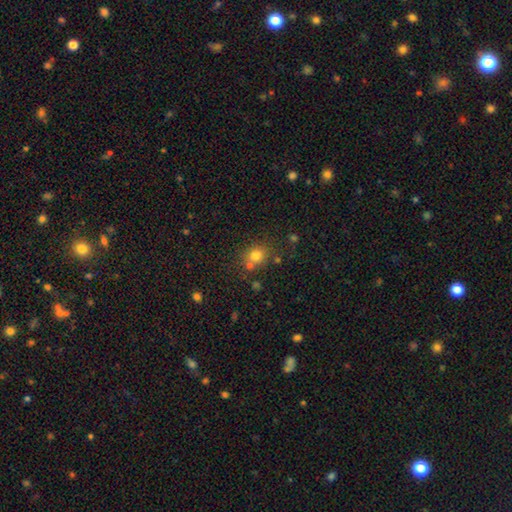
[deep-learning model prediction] Q: Smooth or featured?
A: smooth (77%); runner-up: star or artifact (15%)
Q: How rounded?
A: round (78%); runner-up: in between (22%)
Q: Merging?
A: none (69%); runner-up: merger (16%)